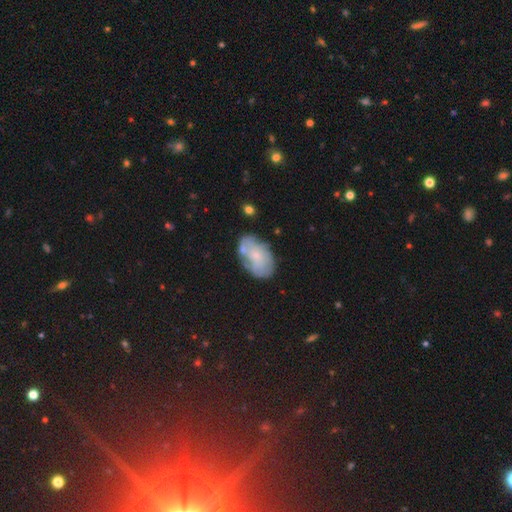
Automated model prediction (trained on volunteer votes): Q: Smooth or featured?
A: smooth (48%); runner-up: featured or disk (45%)
Q: Merging?
A: none (57%); runner-up: minor disturbance (25%)